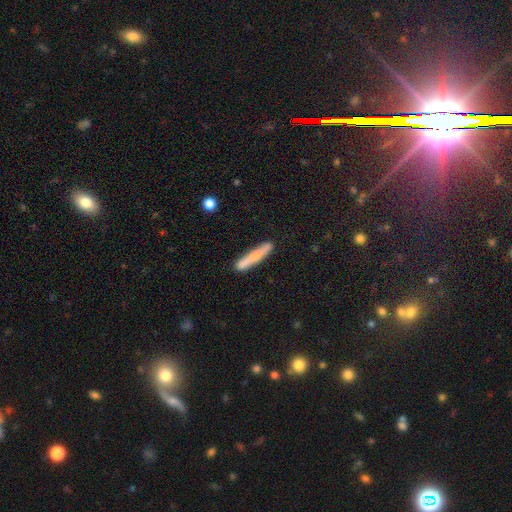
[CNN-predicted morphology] smooth-or-featured: smooth: 66% | featured or disk: 28% | star or artifact: 6%
  how-rounded: cigar-shaped: 92% | in between: 7% | round: 2%
  merging: none: 80% | minor disturbance: 14% | merger: 3% | major disturbance: 3%